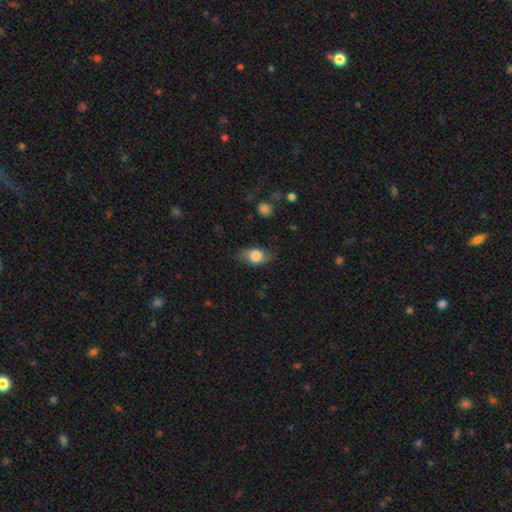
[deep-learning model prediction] smooth_or_featured: smooth (p=0.78) [alt: featured or disk p=0.15]
how_rounded: in between (p=0.79) [alt: round p=0.18]
merging: none (p=0.72) [alt: minor disturbance p=0.21]